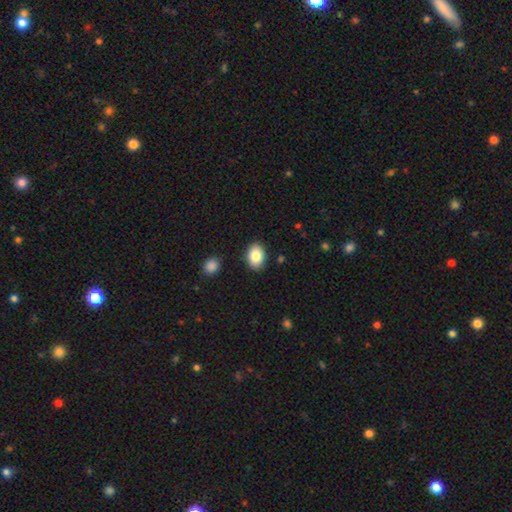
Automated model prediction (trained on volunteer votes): Morphology: type=smooth (85%); roundness=in between (78%); merging=none (88%).